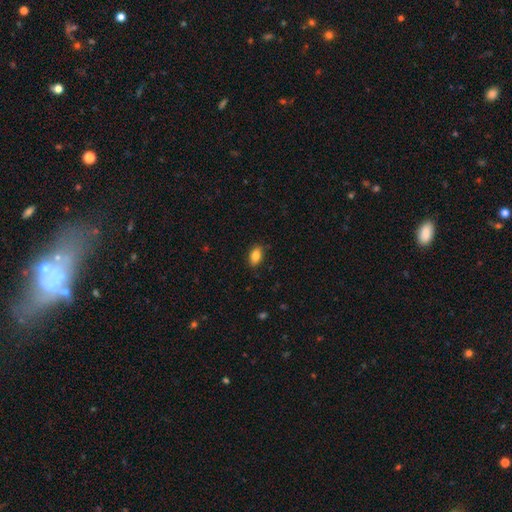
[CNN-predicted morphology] This appears to be a smooth galaxy with no disk features (85%) that is in between round and cigar-shaped (90%). Merging: none (87%).